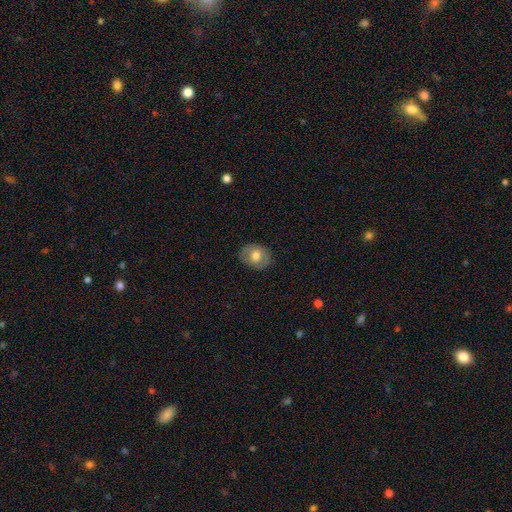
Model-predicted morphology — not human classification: Smooth or featured? smooth (67%)
How rounded? round (52%)
Merging? none (82%)